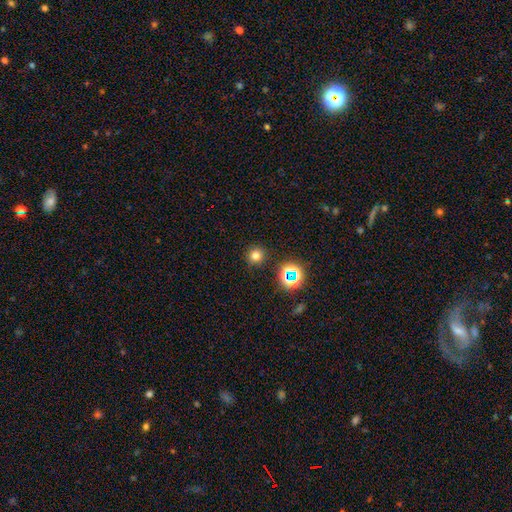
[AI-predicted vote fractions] smooth_or_featured: smooth (p=0.72) [alt: star or artifact p=0.22]
how_rounded: round (p=0.93) [alt: in between p=0.06]
merging: none (p=0.89) [alt: minor disturbance p=0.06]